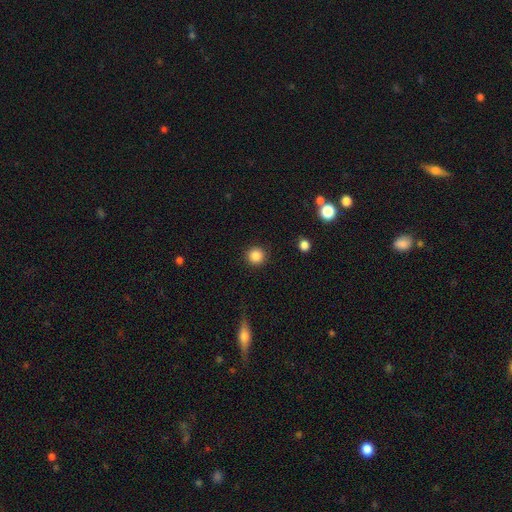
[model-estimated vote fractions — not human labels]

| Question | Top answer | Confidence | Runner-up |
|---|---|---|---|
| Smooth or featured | smooth | 87% | star or artifact (10%) |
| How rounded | round | 95% | in between (5%) |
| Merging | none | 91% | minor disturbance (6%) |